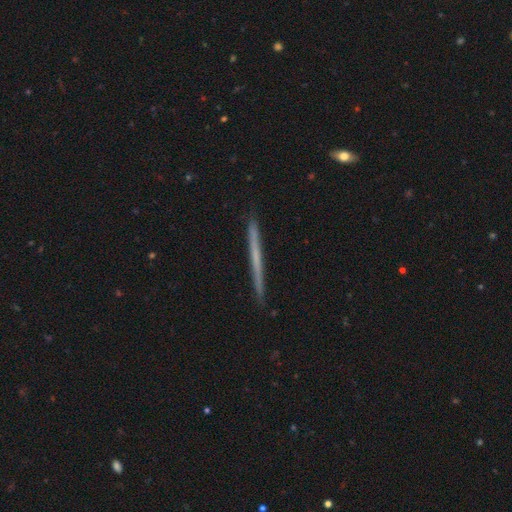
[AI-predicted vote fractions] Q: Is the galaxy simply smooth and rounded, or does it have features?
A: featured or disk — 52%.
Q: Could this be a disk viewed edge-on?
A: yes — 98%.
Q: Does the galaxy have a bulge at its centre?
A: none — 90%.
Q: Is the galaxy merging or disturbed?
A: none — 91%.